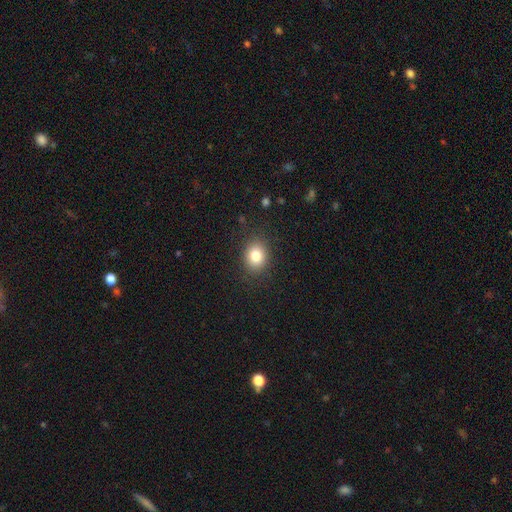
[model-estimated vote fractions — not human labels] This appears to be a smooth galaxy with no disk features (81%) that is round (62%). Merging: none (87%).